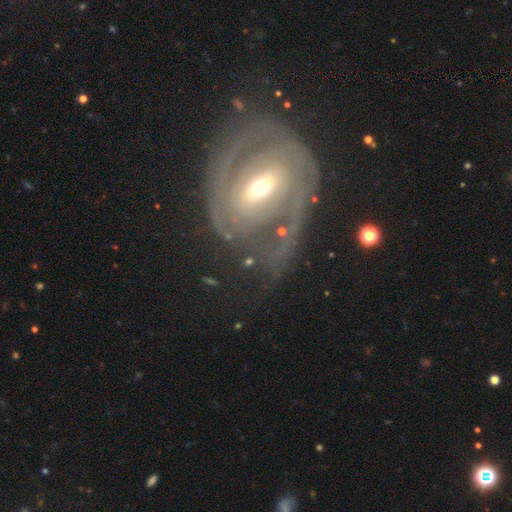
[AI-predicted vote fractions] Overall: featured or disk (85%). Edge-on disk: no (95%). Bar: strong (43%; weak 40%). Spiral arms: yes (87%). Spiral arm count: 2 (52%; can't tell 25%). Spiral winding: tight (60%; medium 30%). Bulge size: moderate (59%; small 32%). Merging: none (62%).